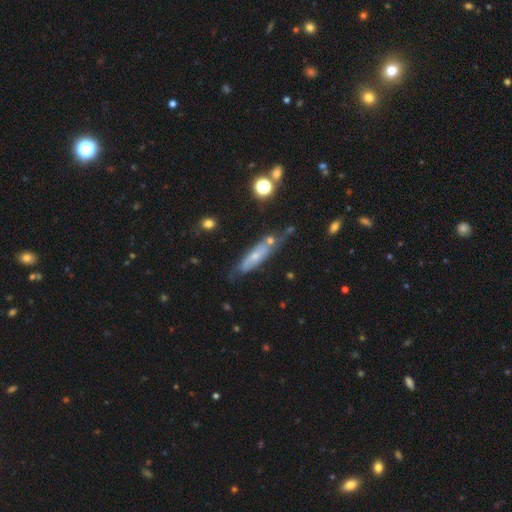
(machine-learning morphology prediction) Smooth or featured? Predicted: featured or disk (p=0.50). Merging? Predicted: none (p=0.52).